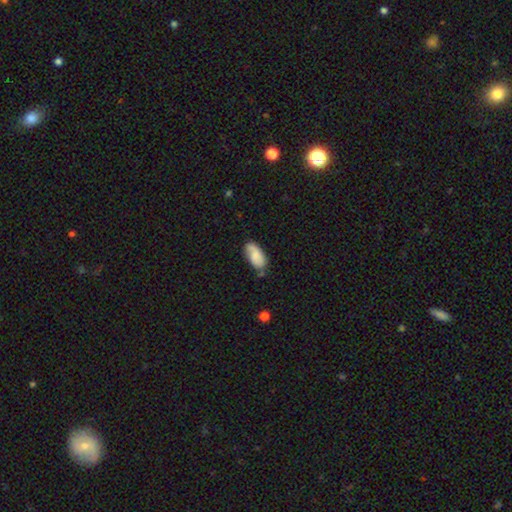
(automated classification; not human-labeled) Morphology: type=smooth (72%); roundness=in between (92%); merging=none (62%).